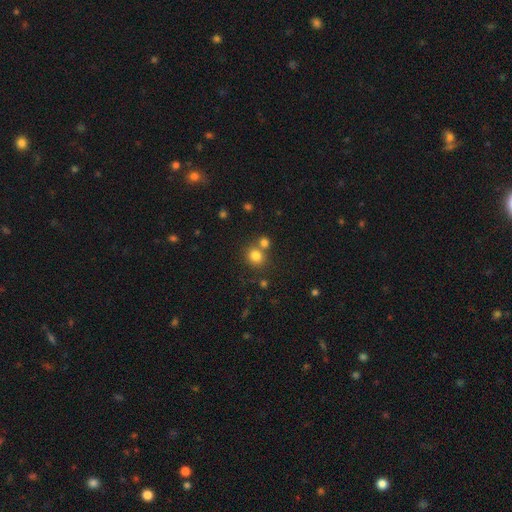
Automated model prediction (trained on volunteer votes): Morphology: type=smooth (80%); roundness=round (83%); merging=none (61%).